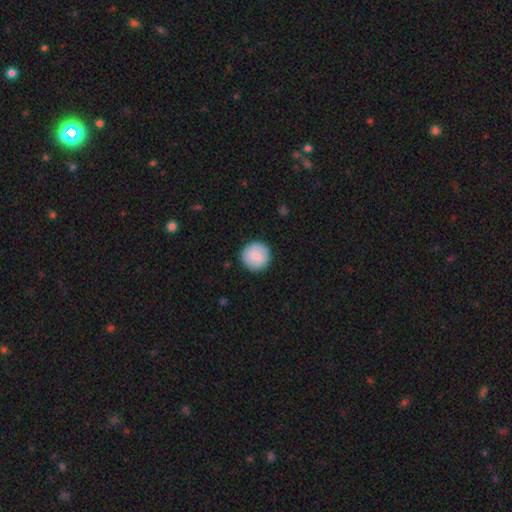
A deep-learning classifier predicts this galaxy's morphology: Smooth or featured? smooth (78%)
How rounded? round (95%)
Merging? none (90%)